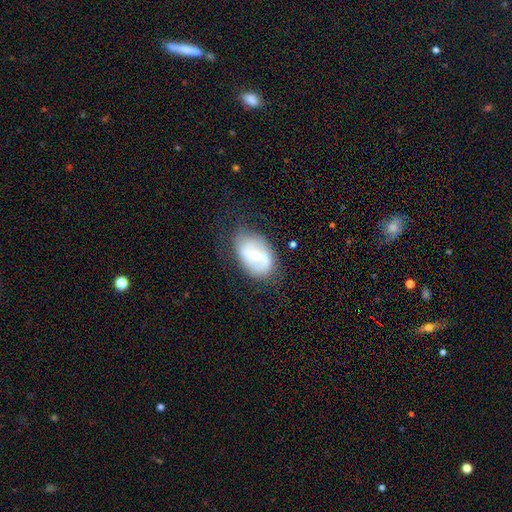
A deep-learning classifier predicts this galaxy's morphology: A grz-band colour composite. It shows a featured or disk galaxy (55%) with no bar (46%), spiral arms (65%) and a small central bulge (55%). Merging: none (64%).